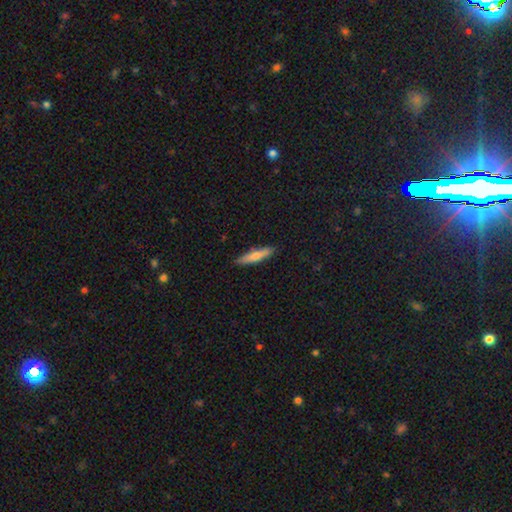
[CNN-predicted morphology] A smooth galaxy with no disk features (60%) that is cigar-shaped (87%). Merging: none (90%).